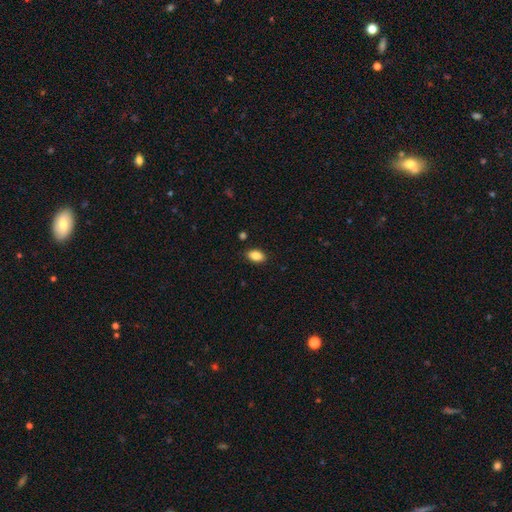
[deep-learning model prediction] Smooth or featured?
  - smooth: 87% *
  - star or artifact: 8%
  - featured or disk: 4%
How rounded?
  - in between: 90% *
  - round: 8%
  - cigar-shaped: 2%
Merging?
  - none: 88% *
  - minor disturbance: 9%
  - major disturbance: 2%
  - merger: 1%